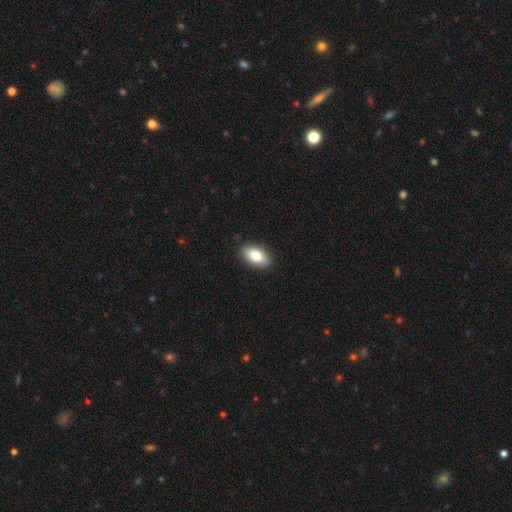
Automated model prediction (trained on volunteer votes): The model was most divided on "smooth or featured": smooth: 83%, featured or disk: 10%, star or artifact: 7%. More confident: how rounded — in between (93%); merging — none (89%).